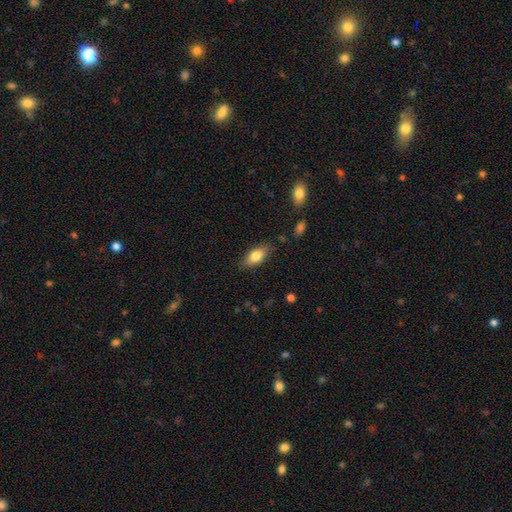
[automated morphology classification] A smooth galaxy with no disk features (80%) that is in between round and cigar-shaped (86%).

Vote fractions:
- Smooth or featured? smooth: 80% / featured or disk: 13% / star or artifact: 7%
- How rounded? in between: 86% / cigar-shaped: 10% / round: 4%
- Merging? none: 82% / minor disturbance: 13% / major disturbance: 3% / merger: 2%